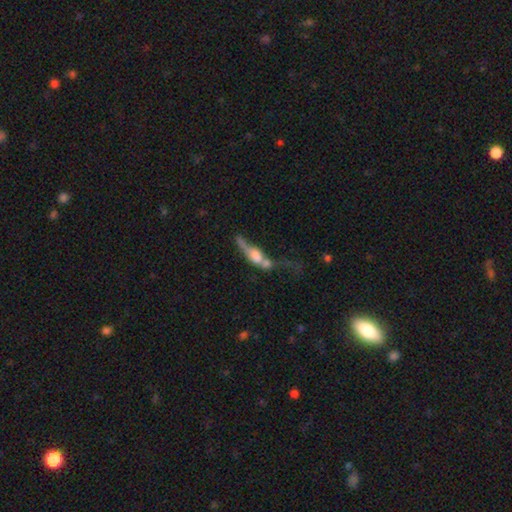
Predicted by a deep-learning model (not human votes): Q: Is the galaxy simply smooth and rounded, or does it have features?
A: featured or disk — 54%.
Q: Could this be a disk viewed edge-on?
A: yes — 54%.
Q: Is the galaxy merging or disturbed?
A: merger — 42%.